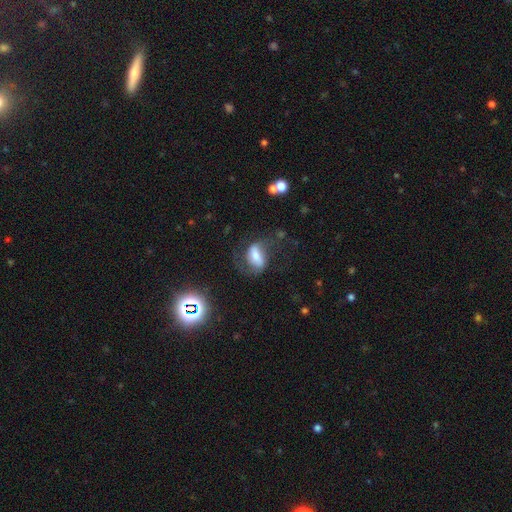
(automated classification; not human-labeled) This appears to be a featured or disk galaxy (55%) with a strong bar (45%), spiral arms (84%) and a moderate central bulge (44%). Merging: none (49%).